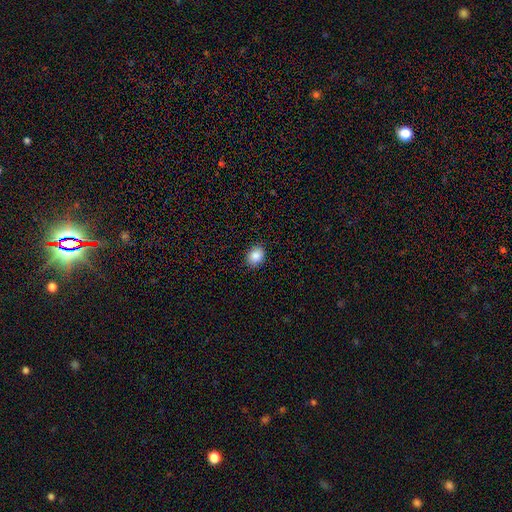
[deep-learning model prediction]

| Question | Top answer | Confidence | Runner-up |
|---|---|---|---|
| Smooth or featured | smooth | 87% | star or artifact (9%) |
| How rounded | round | 50% | in between (49%) |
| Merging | none | 89% | minor disturbance (8%) |